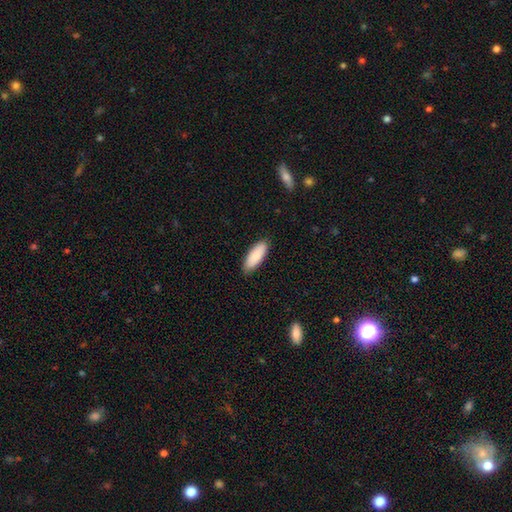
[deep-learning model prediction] A smooth galaxy with no disk features (84%) that is in between round and cigar-shaped (70%). Merging: none (87%).